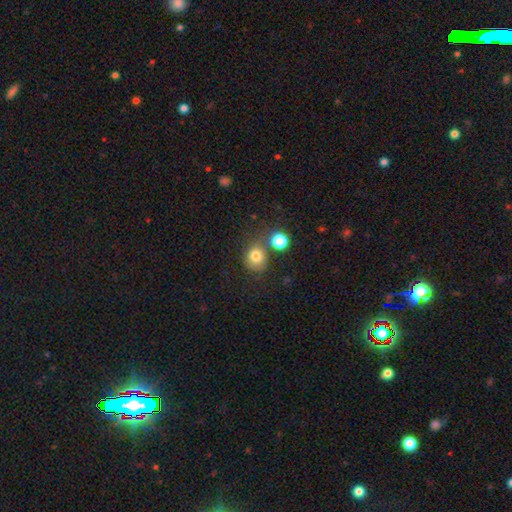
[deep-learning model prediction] Smooth or featured: smooth — 79% (star or artifact — 12%)
How rounded: round — 77% (in between — 22%)
Merging: none — 59% (merger — 21%)